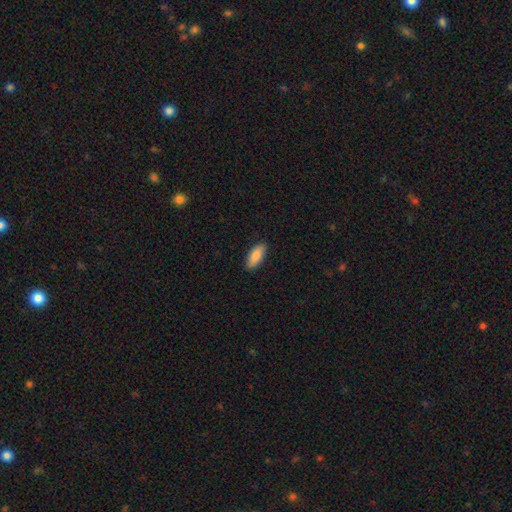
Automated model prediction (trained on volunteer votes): This appears to be a smooth galaxy with no disk features (85%) that is in between round and cigar-shaped (80%). Merging: none (88%).